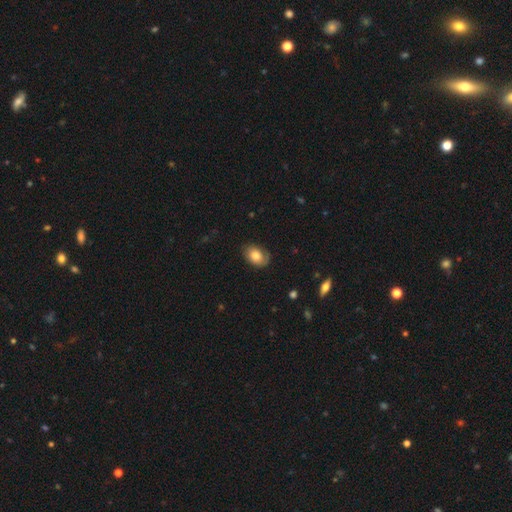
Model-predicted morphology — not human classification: Q: Smooth or featured?
A: smooth (71%); runner-up: featured or disk (21%)
Q: How rounded?
A: in between (80%); runner-up: round (19%)
Q: Merging?
A: none (70%); runner-up: minor disturbance (22%)